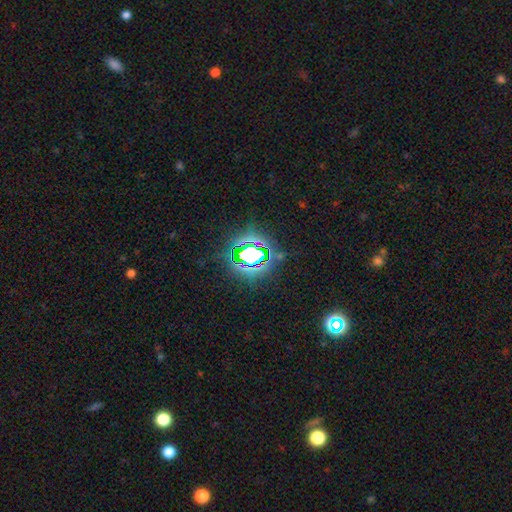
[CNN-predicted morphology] This appears to be a star or artifact, not a galaxy (75%).